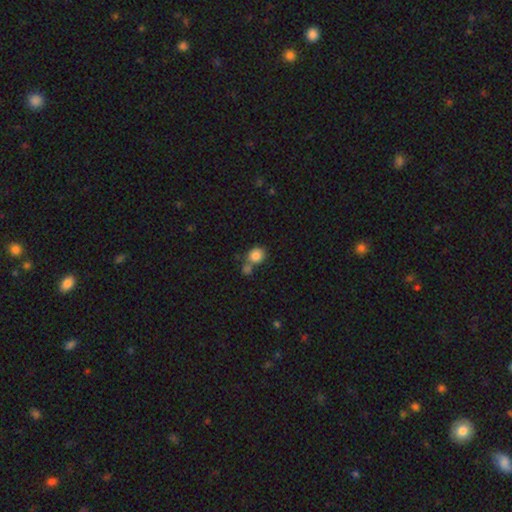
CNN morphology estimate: smooth 85%, star or artifact 10%, featured or disk 5%. Down the decision tree: how rounded — round (78%); merging — none (52%).